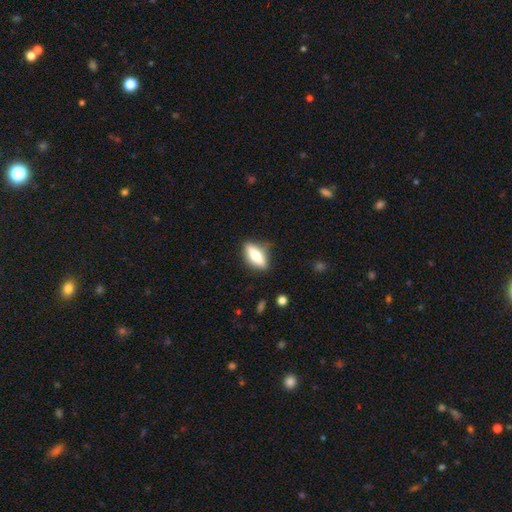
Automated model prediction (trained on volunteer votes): A smooth galaxy with no disk features (61%) that is in between round and cigar-shaped (70%).

Vote fractions:
- Smooth or featured? smooth: 61% / featured or disk: 32% / star or artifact: 7%
- How rounded? in between: 70% / cigar-shaped: 27% / round: 3%
- Merging? none: 81% / minor disturbance: 14% / major disturbance: 4% / merger: 2%